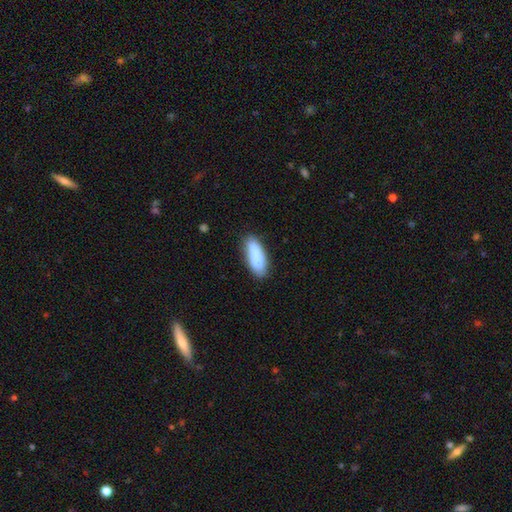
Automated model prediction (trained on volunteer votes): smooth_or_featured: smooth (p=0.86) [alt: featured or disk p=0.08]
how_rounded: in between (p=0.69) [alt: cigar-shaped p=0.29]
merging: none (p=0.78) [alt: minor disturbance p=0.16]